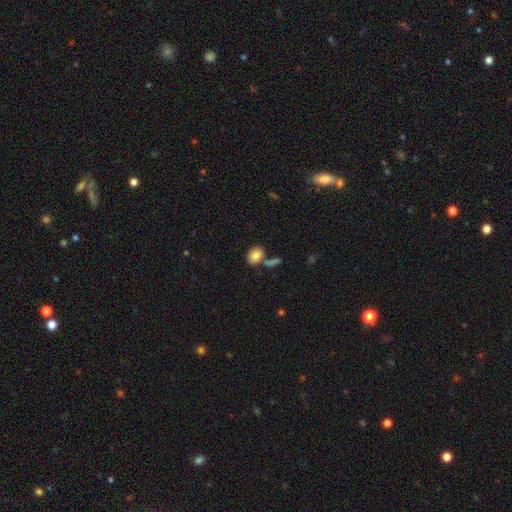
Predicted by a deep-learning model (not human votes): Morphology: type=smooth (84%); roundness=in between (67%); merging=none (60%).